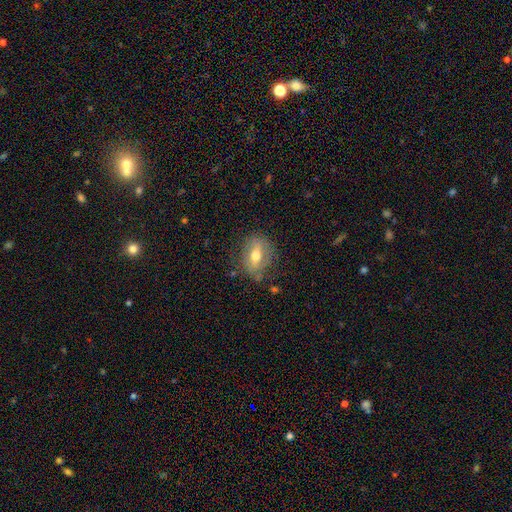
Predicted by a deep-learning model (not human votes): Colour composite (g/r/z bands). It shows a featured or disk galaxy (47%). Merging: none (72%).